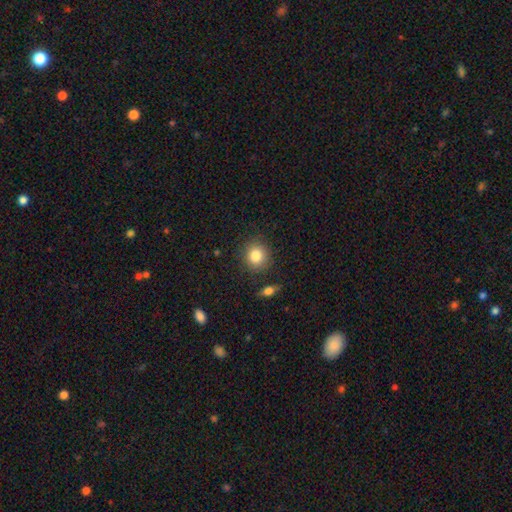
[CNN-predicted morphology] Smooth or featured?
  - smooth: 83% *
  - star or artifact: 9%
  - featured or disk: 8%
How rounded?
  - round: 85% *
  - in between: 14%
  - cigar-shaped: 1%
Merging?
  - none: 86% *
  - minor disturbance: 9%
  - merger: 3%
  - major disturbance: 3%